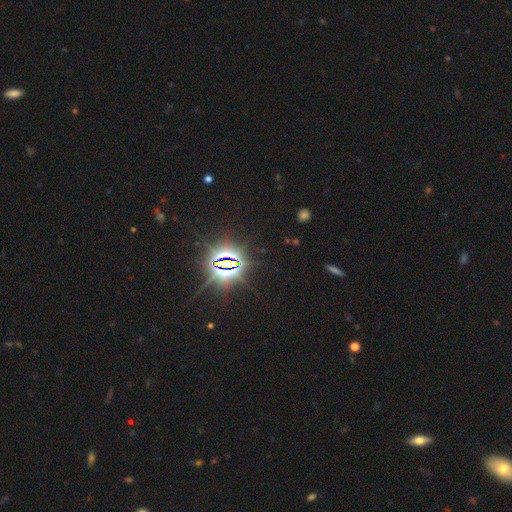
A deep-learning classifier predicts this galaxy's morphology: A star or artifact, not a galaxy (85%).